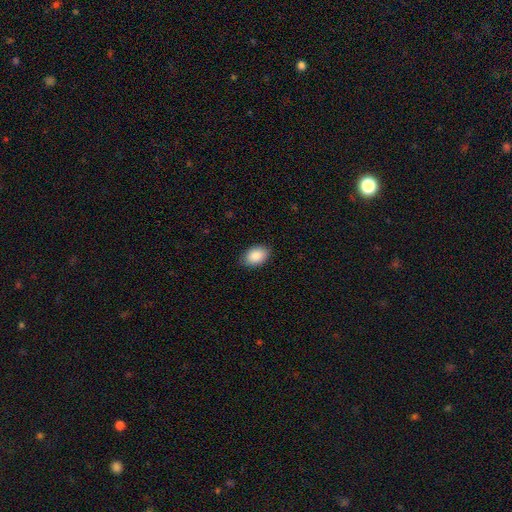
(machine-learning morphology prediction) This is clearly a smooth galaxy (90%). How rounded: clearly in between (86%). Merging: clearly none (86%).